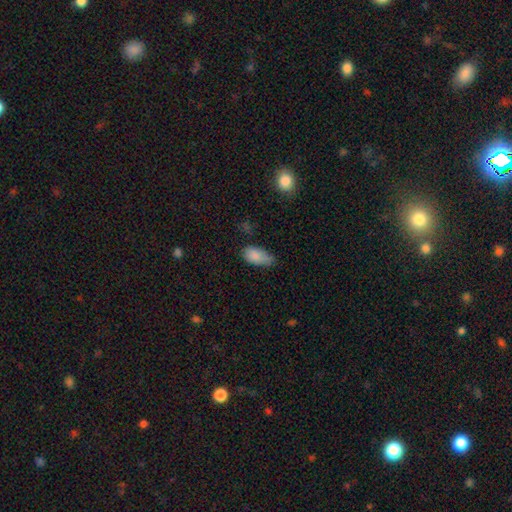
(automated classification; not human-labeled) This is clearly a smooth galaxy (85%). How rounded: clearly in between (92%). Merging: possibly none (48%).